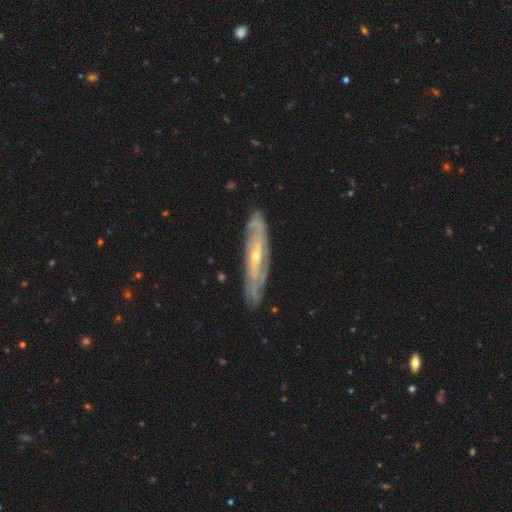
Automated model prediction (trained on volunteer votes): This appears to be a featured or disk galaxy (81%) with no bar (51%), spiral arms (86%) and a small central bulge (66%). Merging: none (83%).